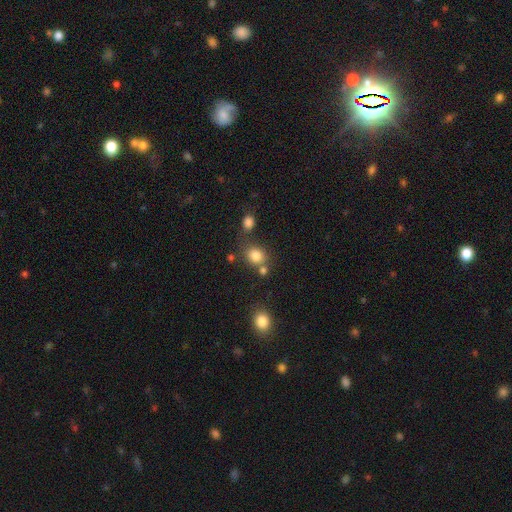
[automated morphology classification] Q: Smooth or featured?
A: smooth (81%); runner-up: star or artifact (13%)
Q: How rounded?
A: round (68%); runner-up: in between (31%)
Q: Merging?
A: none (61%); runner-up: merger (20%)